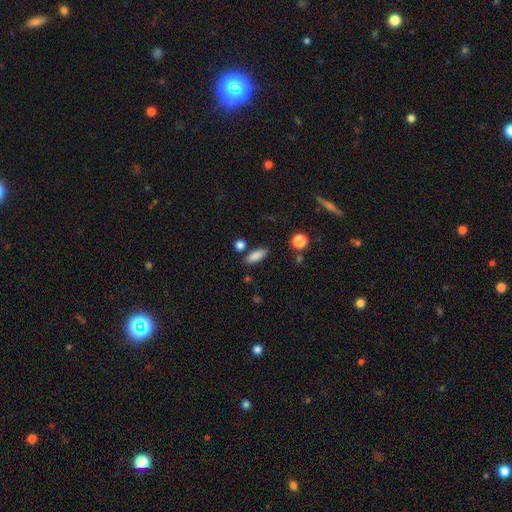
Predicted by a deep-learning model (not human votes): A smooth galaxy with no disk features (86%) that is in between round and cigar-shaped (67%).

Vote fractions:
- Smooth or featured? smooth: 86% / star or artifact: 8% / featured or disk: 6%
- How rounded? in between: 67% / cigar-shaped: 29% / round: 4%
- Merging? none: 81% / minor disturbance: 11% / merger: 5% / major disturbance: 3%